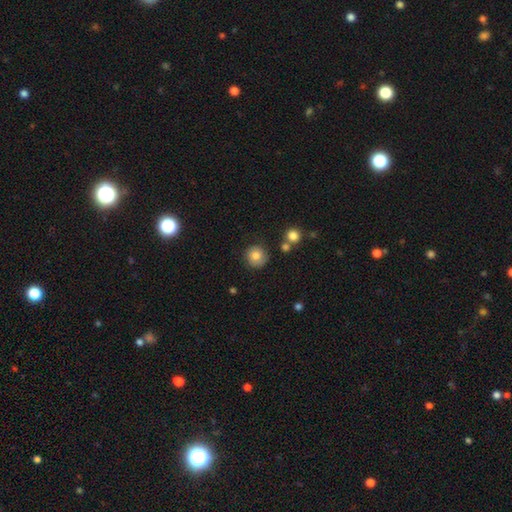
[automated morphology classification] smooth-or-featured: smooth: 78% | featured or disk: 12% | star or artifact: 10%
  how-rounded: round: 91% | in between: 8% | cigar-shaped: 1%
  merging: none: 77% | minor disturbance: 14% | merger: 5% | major disturbance: 4%